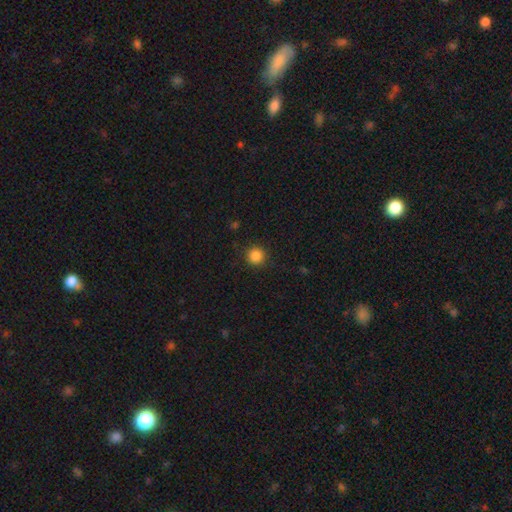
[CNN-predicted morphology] Smooth or featured? Predicted: smooth (p=0.86). How rounded? Predicted: round (p=0.95). Merging? Predicted: none (p=0.90).